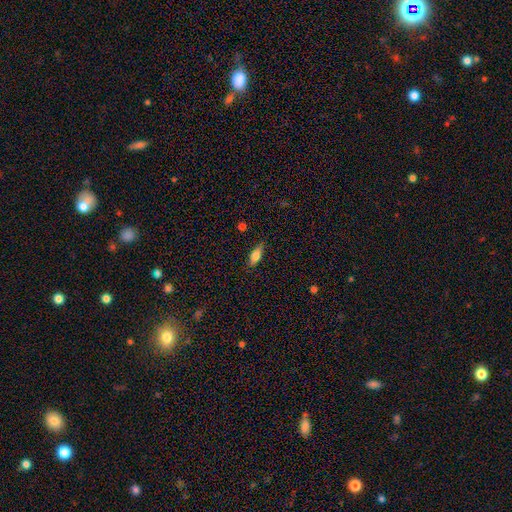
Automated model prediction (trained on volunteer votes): Smooth or featured: smooth — 77% (featured or disk — 16%)
How rounded: in between — 76% (cigar-shaped — 22%)
Merging: none — 84% (minor disturbance — 12%)